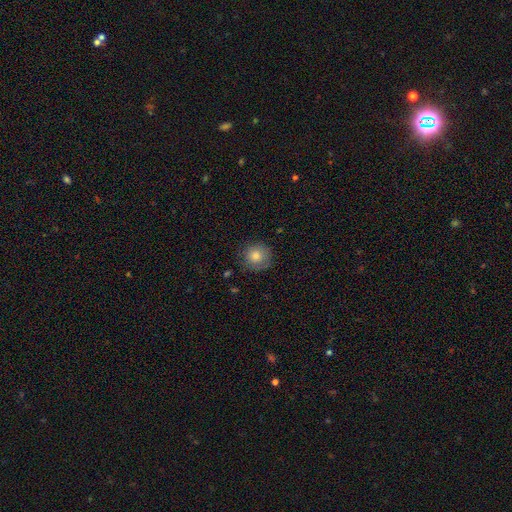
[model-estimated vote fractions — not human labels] Smooth or featured? Predicted: smooth (p=0.79). How rounded? Predicted: round (p=0.92). Merging? Predicted: none (p=0.79).